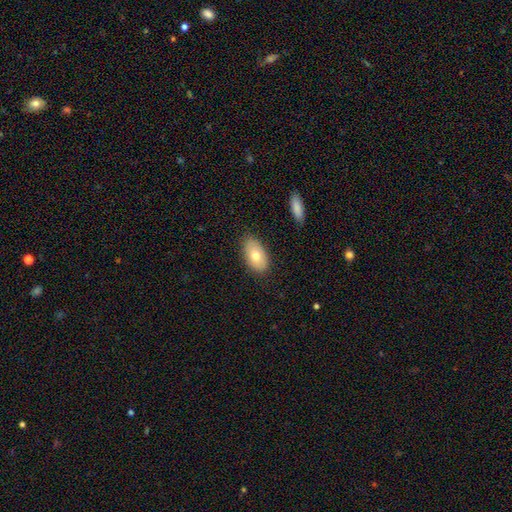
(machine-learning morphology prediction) This appears to be a smooth galaxy with no disk features (73%) that is in between round and cigar-shaped (93%). Merging: none (84%).